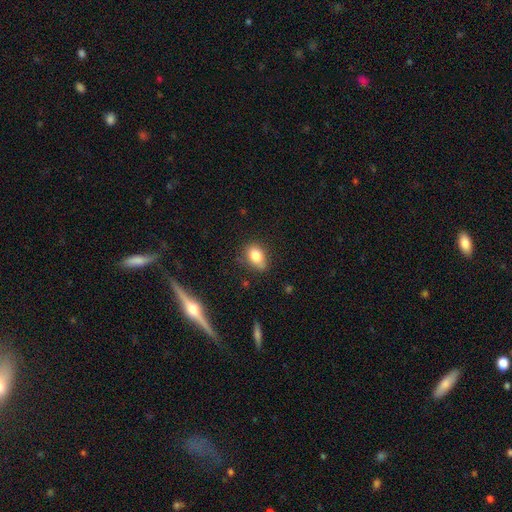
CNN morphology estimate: smooth 81%, featured or disk 10%, star or artifact 9%. Down the decision tree: how rounded — in between (76%); merging — none (69%).